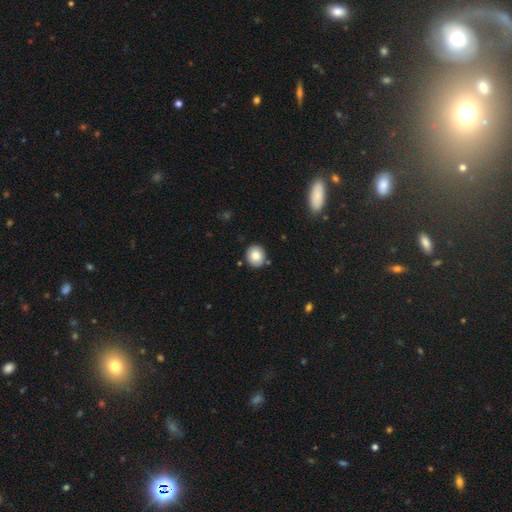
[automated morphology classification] A smooth galaxy with no disk features (83%) that is round (77%). Merging: none (86%).